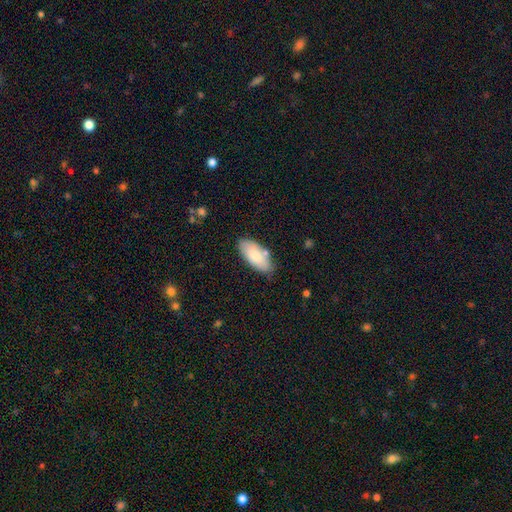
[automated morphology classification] Smooth or featured: smooth — 78% (featured or disk — 16%)
How rounded: in between — 89% (cigar-shaped — 9%)
Merging: none — 77% (minor disturbance — 15%)